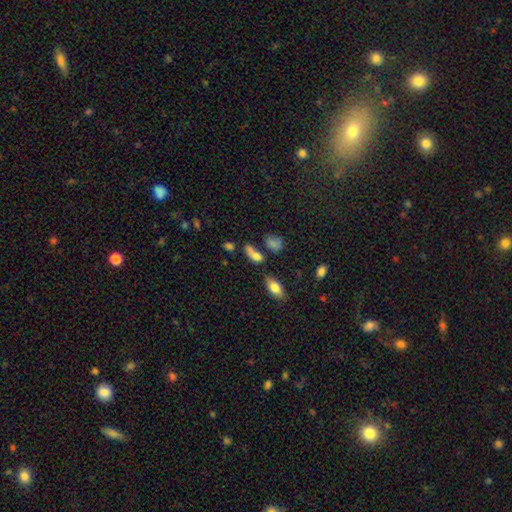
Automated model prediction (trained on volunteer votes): Q: Smooth or featured?
A: smooth (76%); runner-up: featured or disk (12%)
Q: How rounded?
A: in between (74%); runner-up: cigar-shaped (17%)
Q: Merging?
A: none (47%); runner-up: merger (21%)